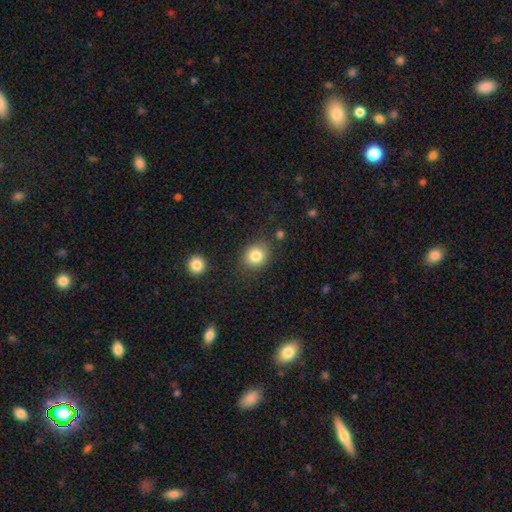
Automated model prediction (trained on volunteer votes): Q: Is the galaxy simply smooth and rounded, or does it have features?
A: smooth — 83%.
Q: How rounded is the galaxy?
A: round — 72%.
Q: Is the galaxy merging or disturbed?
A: none — 81%.